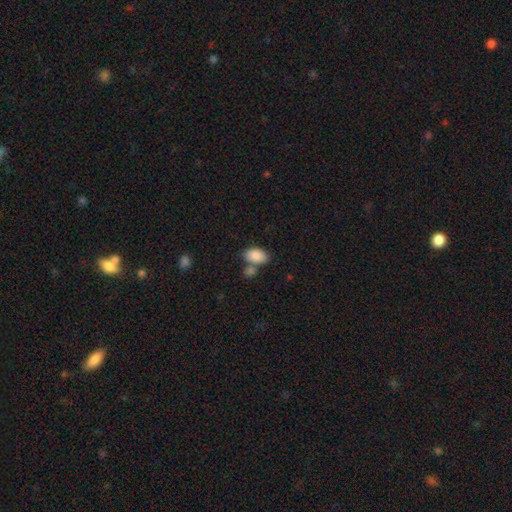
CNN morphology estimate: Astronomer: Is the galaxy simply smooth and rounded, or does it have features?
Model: smooth — 86%.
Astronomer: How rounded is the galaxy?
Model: in between — 92%.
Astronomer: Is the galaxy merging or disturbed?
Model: none — 56%.